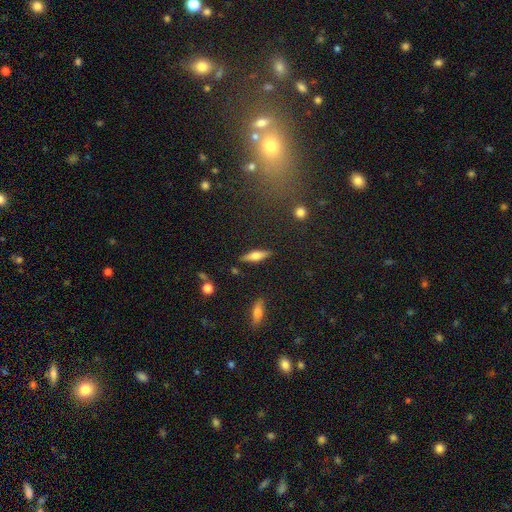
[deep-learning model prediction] This is possibly a smooth galaxy (50%). How rounded: possibly cigar-shaped (59%). Merging: clearly none (86%).